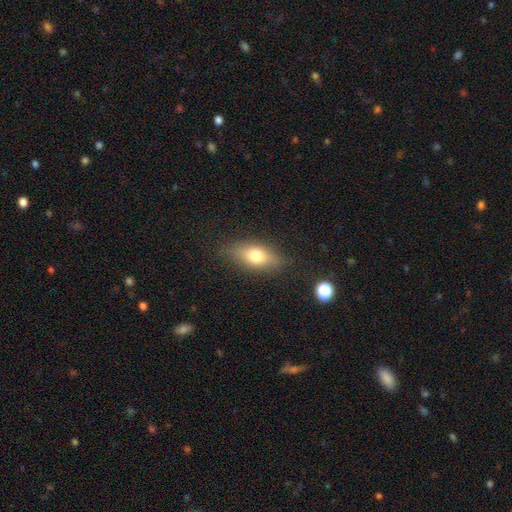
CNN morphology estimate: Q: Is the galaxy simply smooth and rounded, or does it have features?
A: smooth — 71%.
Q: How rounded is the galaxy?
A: in between — 79%.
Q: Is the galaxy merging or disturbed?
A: none — 80%.